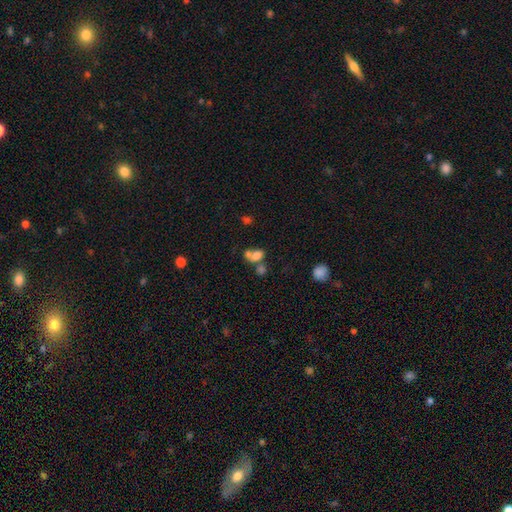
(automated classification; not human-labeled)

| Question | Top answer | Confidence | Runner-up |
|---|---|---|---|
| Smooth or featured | smooth | 72% | featured or disk (15%) |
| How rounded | in between | 64% | round (34%) |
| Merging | merger | 57% | none (27%) |